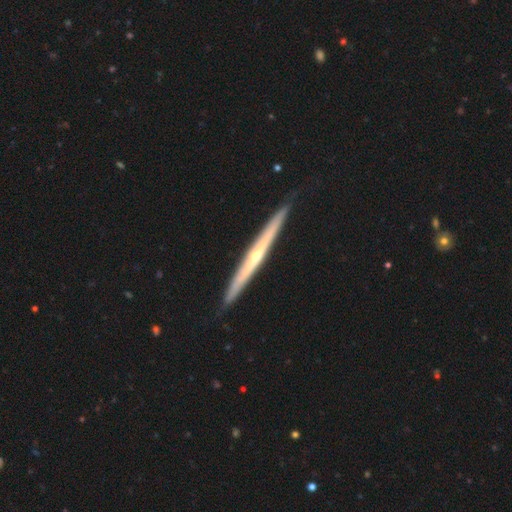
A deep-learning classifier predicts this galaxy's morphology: This appears to be a featured or disk galaxy (77%) viewed edge-on (97%) with a rounded central bulge (69%). Merging: none (90%).